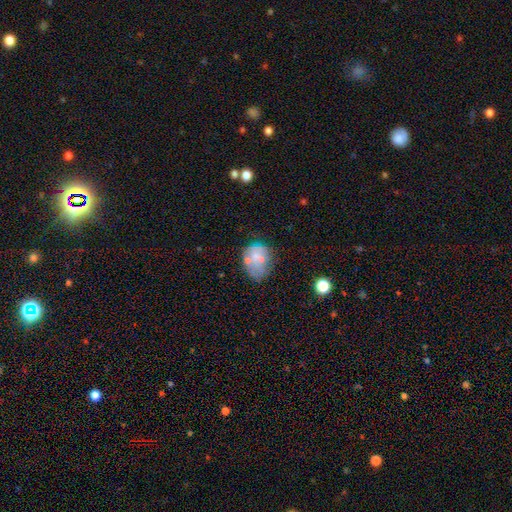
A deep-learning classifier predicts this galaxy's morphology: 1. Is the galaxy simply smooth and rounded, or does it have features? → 52% smooth, 34% featured or disk, 15% star or artifact.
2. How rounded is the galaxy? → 55% in between, 44% round, 1% cigar-shaped.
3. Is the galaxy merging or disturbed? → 46% none, 25% minor disturbance, 17% major disturbance, 11% merger.